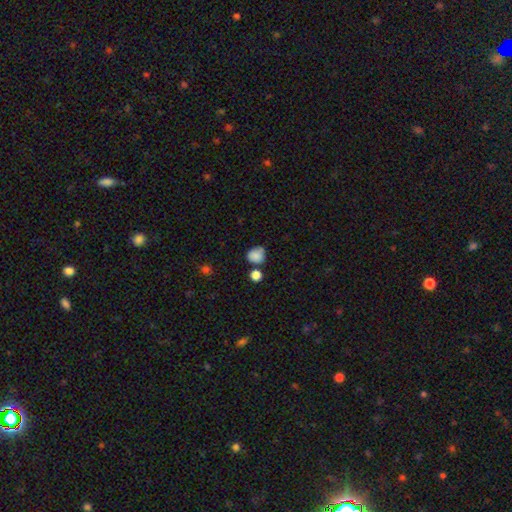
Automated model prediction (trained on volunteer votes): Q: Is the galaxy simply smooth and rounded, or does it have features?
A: smooth — 84%.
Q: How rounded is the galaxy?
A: round — 75%.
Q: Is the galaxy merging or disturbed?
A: none — 60%.